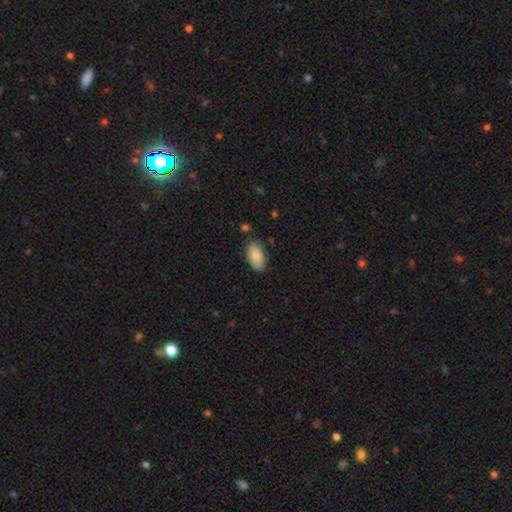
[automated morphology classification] smooth_or_featured: smooth (p=0.86) [alt: featured or disk p=0.08]
how_rounded: in between (p=0.95) [alt: round p=0.04]
merging: none (p=0.81) [alt: minor disturbance p=0.14]